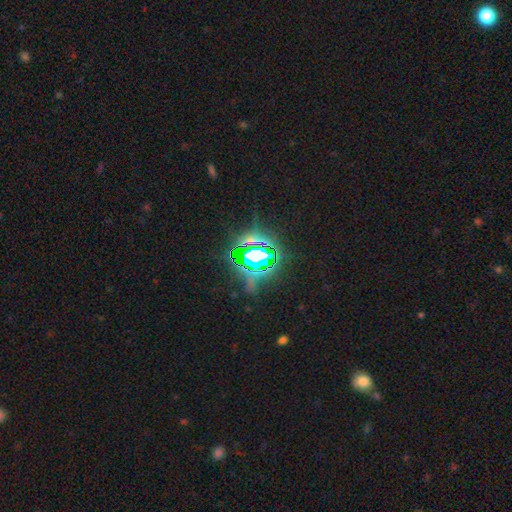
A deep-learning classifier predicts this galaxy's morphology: A star or artifact, not a galaxy (80%).

Vote fractions:
- Smooth or featured? star or artifact: 80% / featured or disk: 10% / smooth: 10%